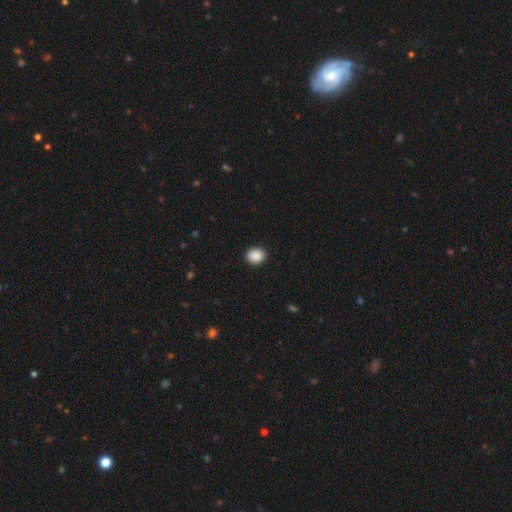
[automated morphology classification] Smooth or featured? Predicted: smooth (p=0.89). How rounded? Predicted: round (p=0.65). Merging? Predicted: none (p=0.91).